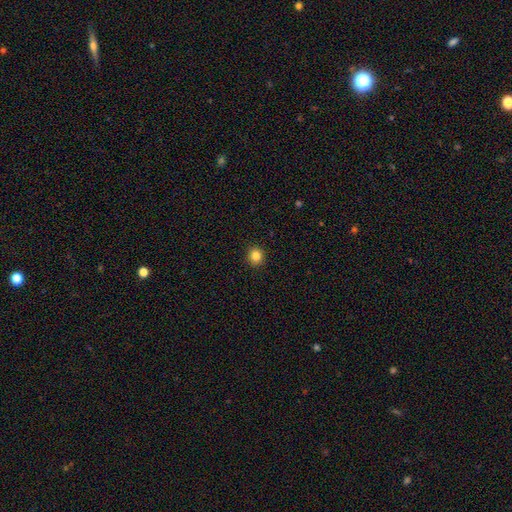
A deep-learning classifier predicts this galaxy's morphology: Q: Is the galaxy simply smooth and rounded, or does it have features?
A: smooth — 84%.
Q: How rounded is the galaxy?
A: round — 86%.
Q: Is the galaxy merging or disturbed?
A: none — 92%.